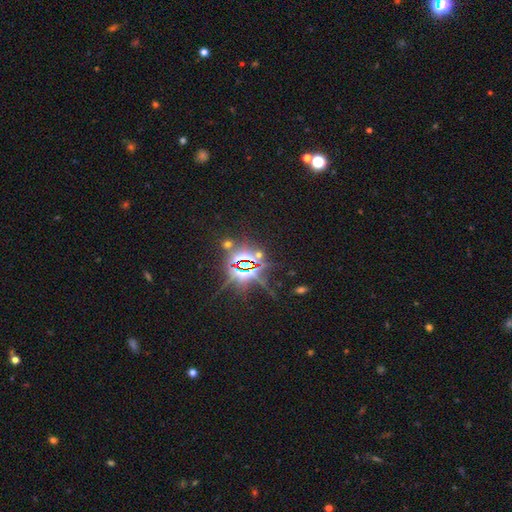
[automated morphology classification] Overall: star or artifact (84%).